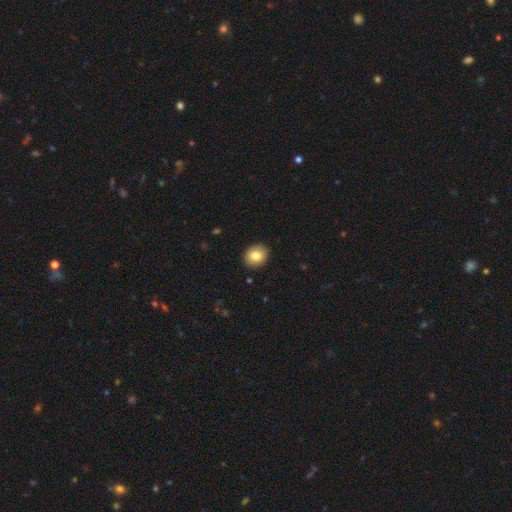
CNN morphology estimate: Smooth or featured? Predicted: smooth (p=0.83). How rounded? Predicted: round (p=0.63). Merging? Predicted: none (p=0.91).